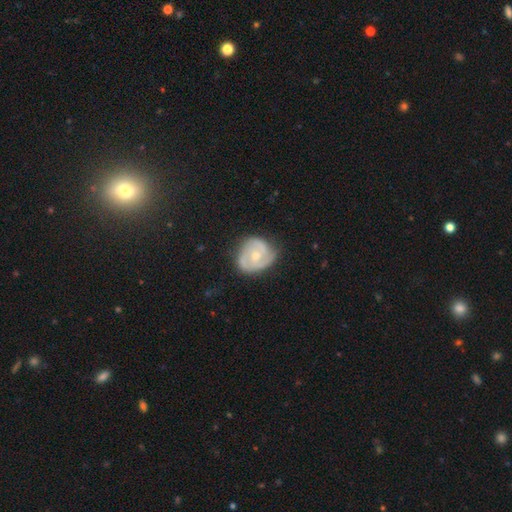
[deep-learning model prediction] The model was most divided on "bulge size": moderate: 52%, small: 45%, large: 1%, none: 1%, dominant: 1%. Remaining: edge-on disk — no (97%); spiral arms — yes (86%); smooth or featured — featured or disk (72%); bar — no (71%); merging — none (61%); spiral arm count — 2 (54%); spiral winding — tight (49%).